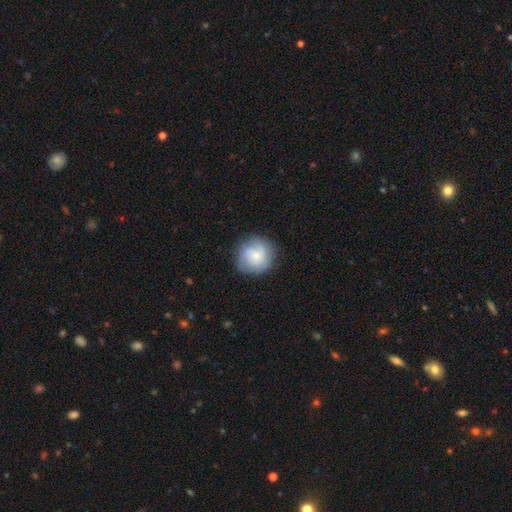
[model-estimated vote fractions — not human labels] Smooth or featured: smooth — 53% (featured or disk — 39%)
How rounded: round — 90% (in between — 9%)
Merging: none — 79% (minor disturbance — 14%)